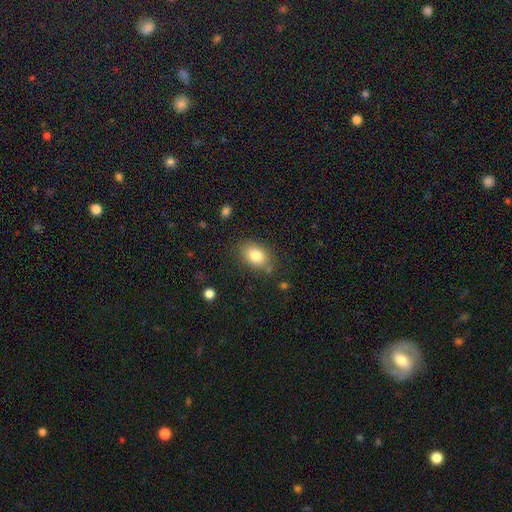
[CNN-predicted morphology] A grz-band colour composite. It shows a smooth galaxy with no disk features (82%) that is in between round and cigar-shaped (79%). Merging: none (79%).